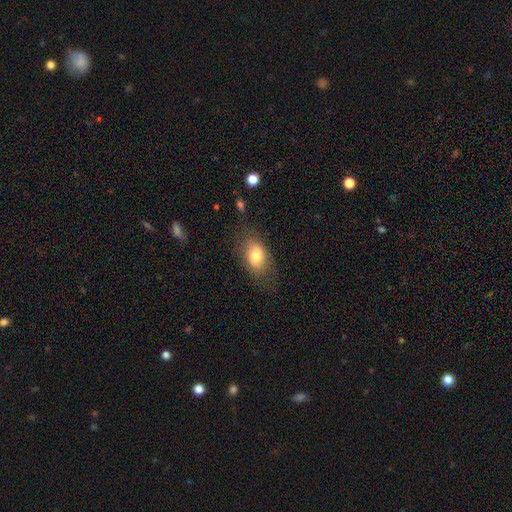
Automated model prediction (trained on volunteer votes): smooth 74%, featured or disk 18%, star or artifact 8%. Down the decision tree: how rounded — in between (84%); merging — none (68%).